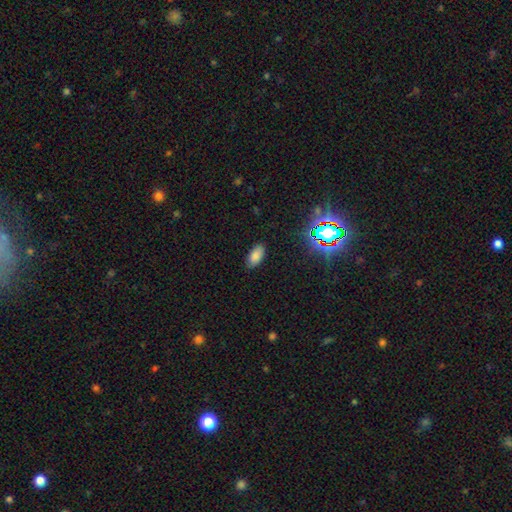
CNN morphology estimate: smooth 81%, star or artifact 13%, featured or disk 6%. Down the decision tree: how rounded — in between (92%); merging — none (85%).